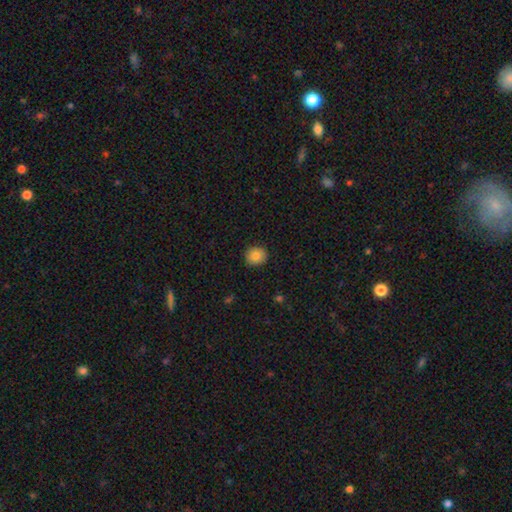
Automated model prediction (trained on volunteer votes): smooth 84%, star or artifact 9%, featured or disk 8%. Down the decision tree: how rounded — round (82%); merging — none (90%).